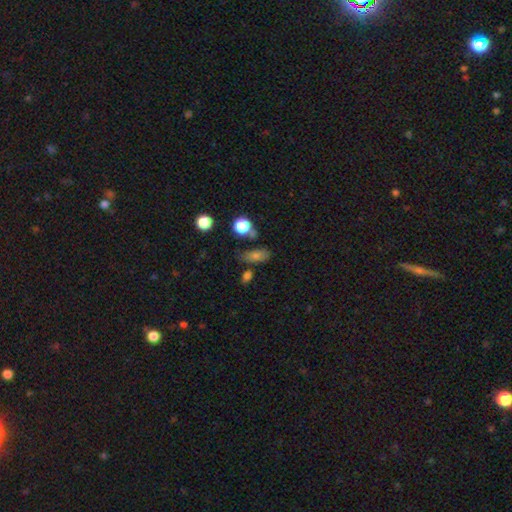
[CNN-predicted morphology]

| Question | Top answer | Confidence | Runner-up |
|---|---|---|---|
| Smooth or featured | smooth | 69% | star or artifact (17%) |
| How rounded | in between | 75% | round (15%) |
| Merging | none | 63% | minor disturbance (18%) |